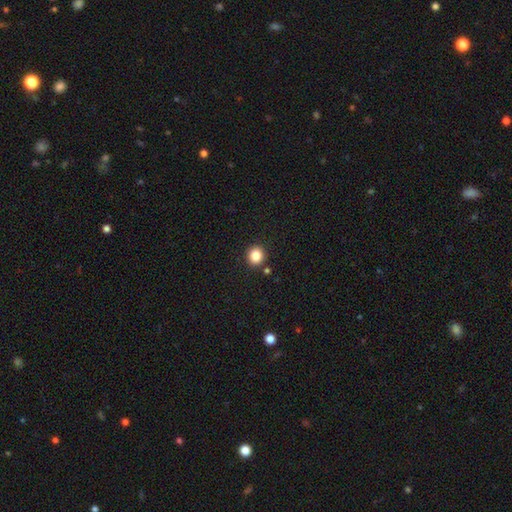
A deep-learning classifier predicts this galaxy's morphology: Smooth or featured? smooth (85%)
How rounded? round (88%)
Merging? none (89%)